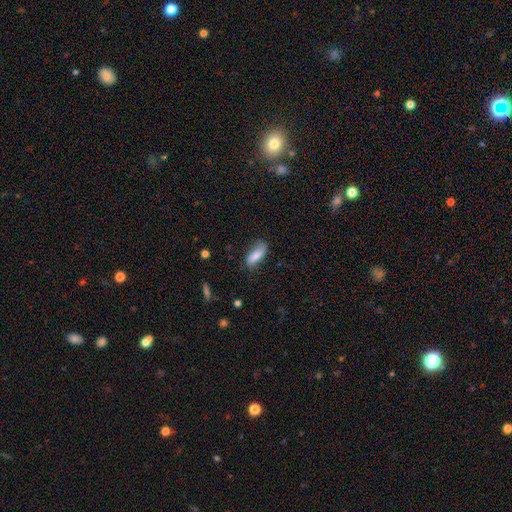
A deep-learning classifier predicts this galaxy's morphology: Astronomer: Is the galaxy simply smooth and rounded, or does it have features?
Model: smooth — 77%.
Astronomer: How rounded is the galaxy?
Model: in between — 75%.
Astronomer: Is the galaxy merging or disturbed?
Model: none — 61%.